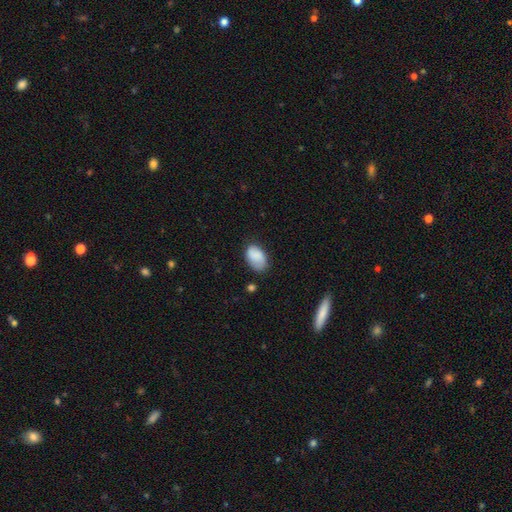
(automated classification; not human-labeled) Smooth or featured?
  - smooth: 84% *
  - featured or disk: 8%
  - star or artifact: 7%
How rounded?
  - in between: 90% *
  - round: 9%
  - cigar-shaped: 1%
Merging?
  - none: 64% *
  - minor disturbance: 27%
  - major disturbance: 7%
  - merger: 3%